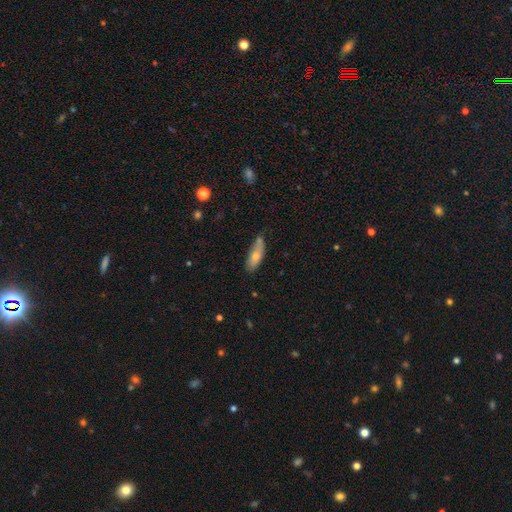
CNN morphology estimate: smooth_or_featured: smooth (p=0.72) [alt: featured or disk p=0.21]
how_rounded: in between (p=0.64) [alt: cigar-shaped p=0.33]
merging: none (p=0.59) [alt: minor disturbance p=0.27]